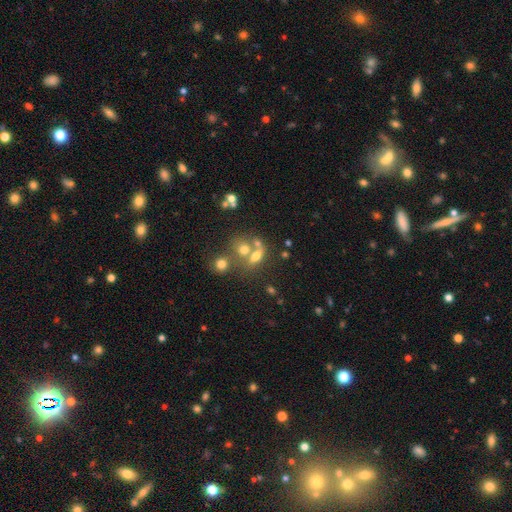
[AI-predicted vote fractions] smooth_or_featured: smooth (p=0.59) [alt: featured or disk p=0.22]
how_rounded: in between (p=0.57) [alt: round p=0.35]
merging: merger (p=0.43) [alt: none p=0.38]